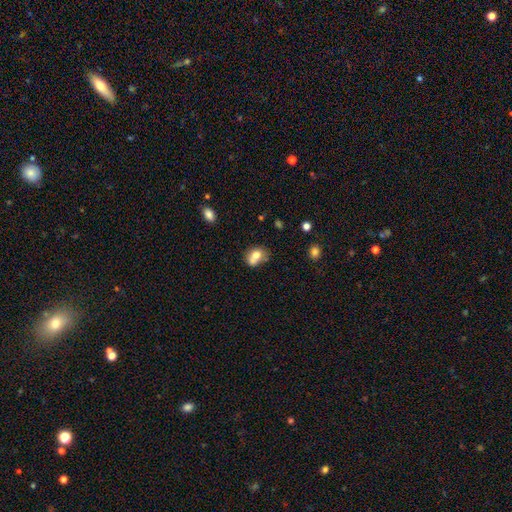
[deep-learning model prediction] Morphology: type=smooth (72%); roundness=in between (52%); merging=merger (39%).